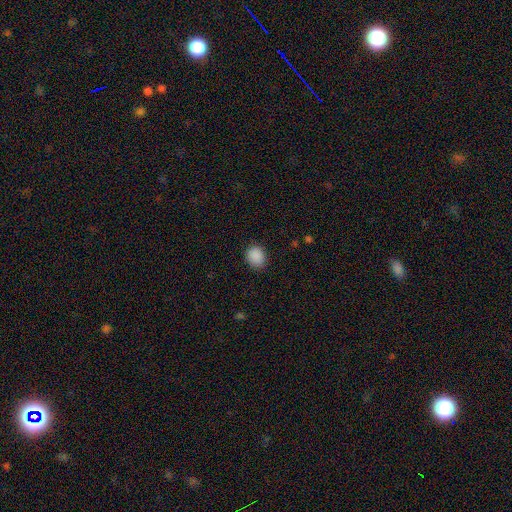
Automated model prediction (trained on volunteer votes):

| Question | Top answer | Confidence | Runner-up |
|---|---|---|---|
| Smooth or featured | smooth | 89% | star or artifact (9%) |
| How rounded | round | 62% | in between (38%) |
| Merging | none | 85% | minor disturbance (12%) |